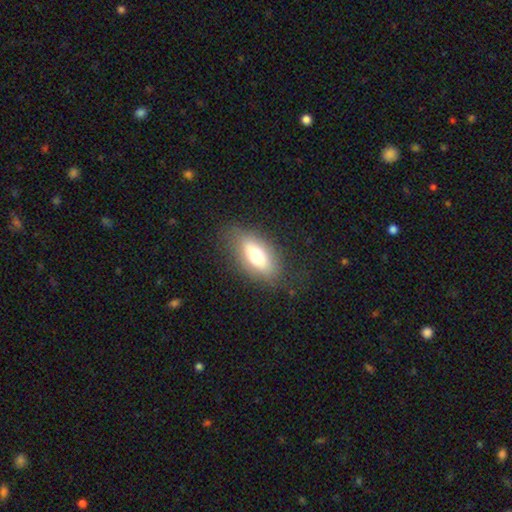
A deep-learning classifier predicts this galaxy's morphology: This appears to be a smooth galaxy with no disk features (65%) that is in between round and cigar-shaped (81%). Merging: none (78%).